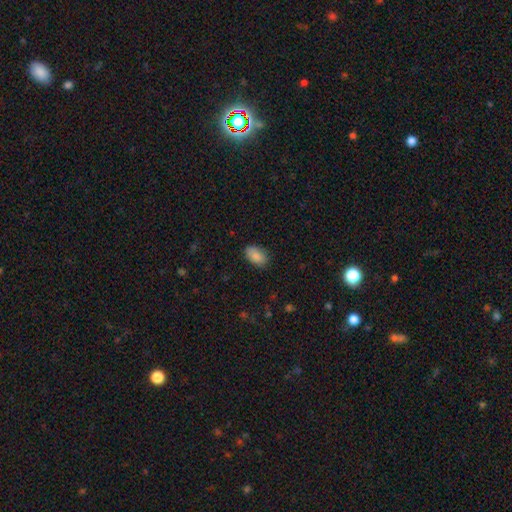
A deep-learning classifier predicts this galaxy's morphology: This appears to be a smooth galaxy with no disk features (88%) that is in between round and cigar-shaped (92%). Merging: none (83%).